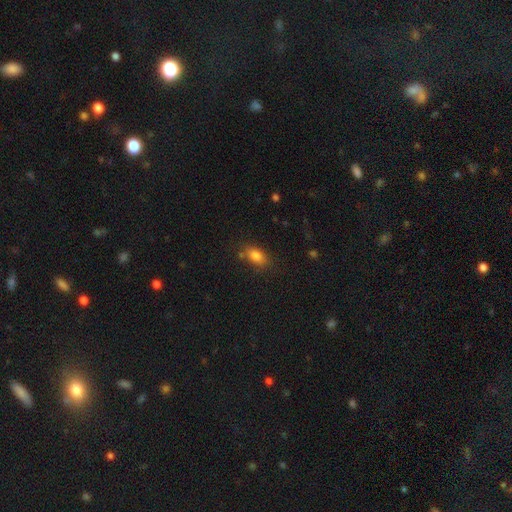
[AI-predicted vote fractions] A smooth galaxy with no disk features (83%) that is in between round and cigar-shaped (85%). Merging: none (77%).